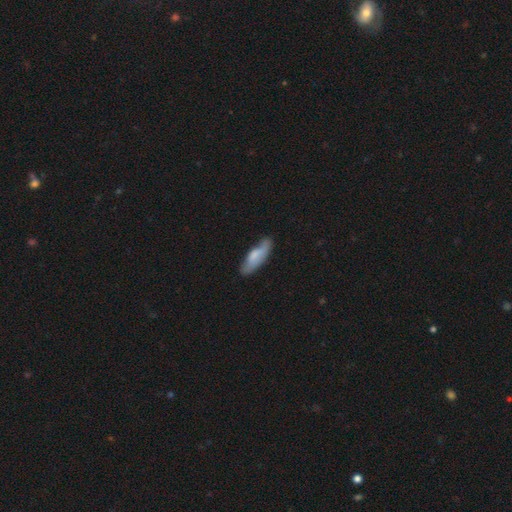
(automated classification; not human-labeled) A smooth galaxy with no disk features (67%) that is in between round and cigar-shaped (55%). Merging: none (67%).